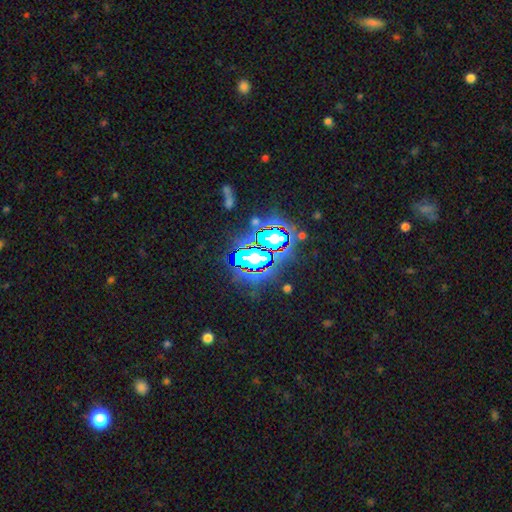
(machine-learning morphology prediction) Smooth or featured: star or artifact — 82% (smooth — 10%)